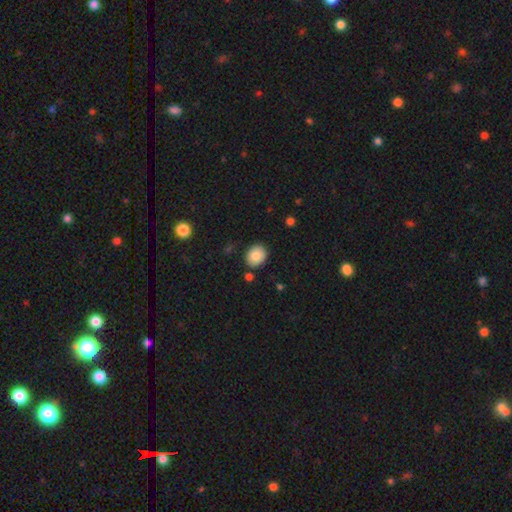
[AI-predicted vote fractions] Smooth or featured? smooth (84%)
How rounded? round (65%)
Merging? none (87%)